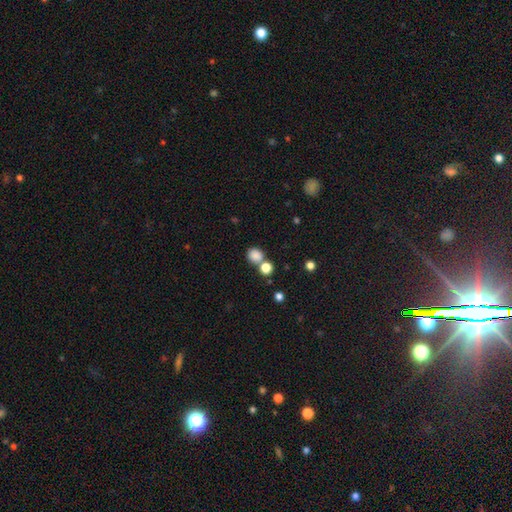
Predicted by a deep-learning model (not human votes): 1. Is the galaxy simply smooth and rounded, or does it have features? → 82% smooth, 12% star or artifact, 6% featured or disk.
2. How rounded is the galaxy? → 77% round, 22% in between, 1% cigar-shaped.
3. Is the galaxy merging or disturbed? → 58% none, 29% merger, 9% minor disturbance, 4% major disturbance.